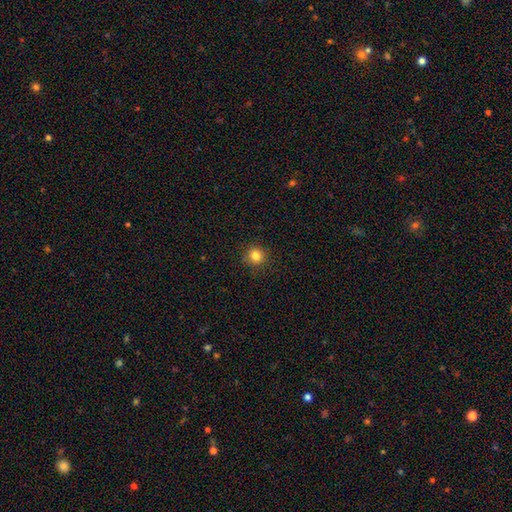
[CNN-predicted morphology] A smooth galaxy with no disk features (83%) that is round (92%).

Vote fractions:
- Smooth or featured? smooth: 83% / star or artifact: 12% / featured or disk: 5%
- How rounded? round: 92% / in between: 7% / cigar-shaped: 1%
- Merging? none: 90% / minor disturbance: 7% / major disturbance: 2% / merger: 1%